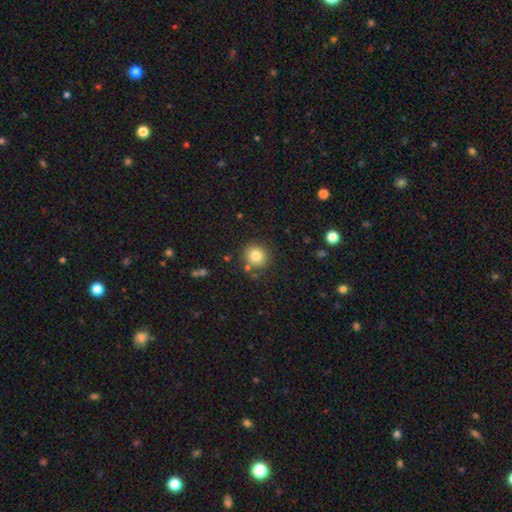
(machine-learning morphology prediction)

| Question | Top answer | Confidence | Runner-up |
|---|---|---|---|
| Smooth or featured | smooth | 81% | star or artifact (12%) |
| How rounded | round | 91% | in between (8%) |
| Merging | none | 84% | minor disturbance (9%) |